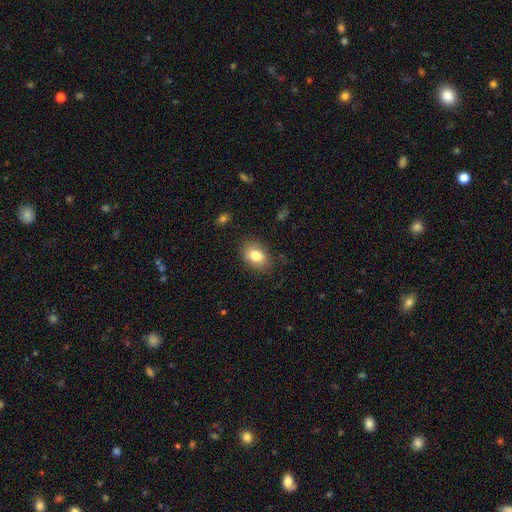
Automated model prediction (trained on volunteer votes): Smooth or featured? smooth (82%)
How rounded? in between (84%)
Merging? none (84%)